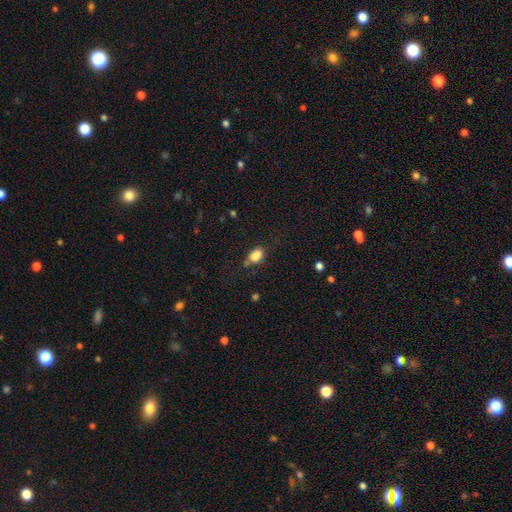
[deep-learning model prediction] Morphology: type=smooth (84%); roundness=in between (78%); merging=none (58%).